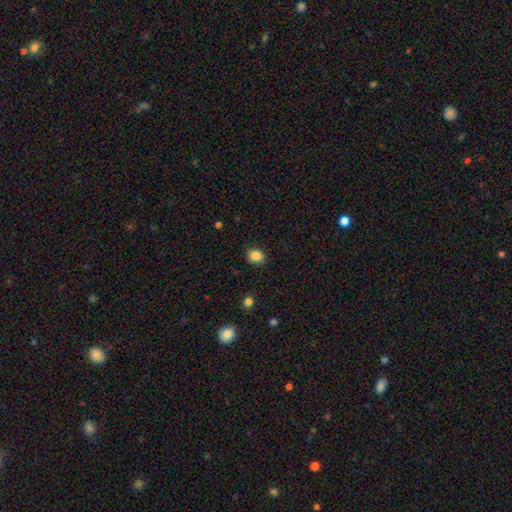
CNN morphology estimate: This appears to be a smooth galaxy with no disk features (86%) that is round (58%). Merging: none (88%).